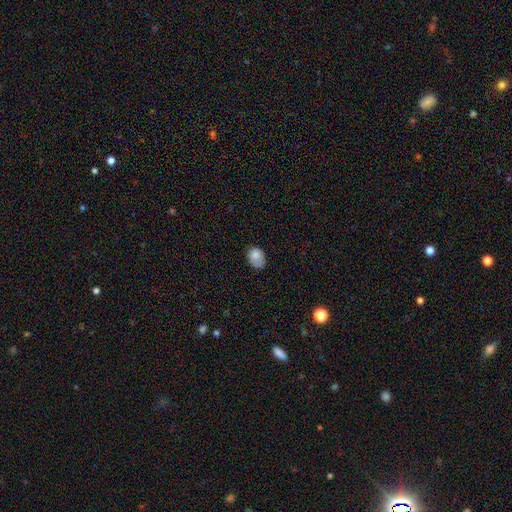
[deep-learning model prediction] The model was most divided on "merging": none: 57%, minor disturbance: 32%, major disturbance: 10%, merger: 2%. More confident: smooth or featured — smooth (83%); how rounded — in between (72%).